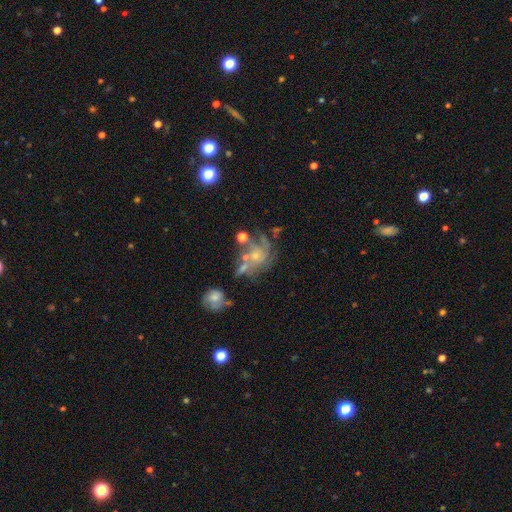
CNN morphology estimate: This is likely a featured or disk galaxy (64%). It is clearly not viewed edge-on (97%). Bar: likely no (78%). Spiral arm pattern: likely yes (79%). Central bulge: likely small (63%). Merging: marginally none (43%).